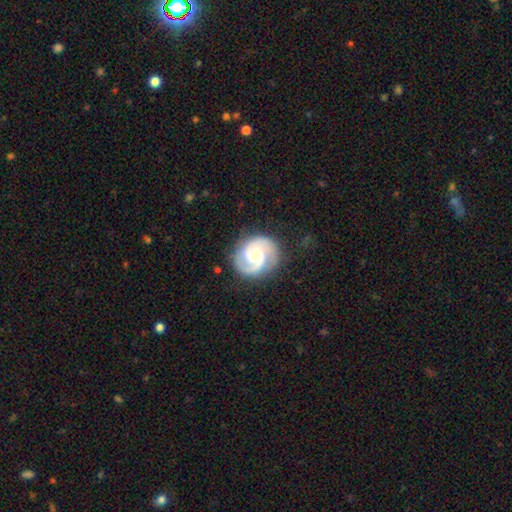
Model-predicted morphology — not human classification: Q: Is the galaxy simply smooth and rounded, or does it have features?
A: featured or disk — 89%.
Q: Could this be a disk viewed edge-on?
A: no — 98%.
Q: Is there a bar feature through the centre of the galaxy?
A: no — 53%.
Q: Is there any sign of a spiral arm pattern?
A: yes — 98%.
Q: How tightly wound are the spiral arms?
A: medium — 48%.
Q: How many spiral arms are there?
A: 2 — 87%.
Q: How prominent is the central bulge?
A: moderate — 48%.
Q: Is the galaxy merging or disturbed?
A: none — 82%.